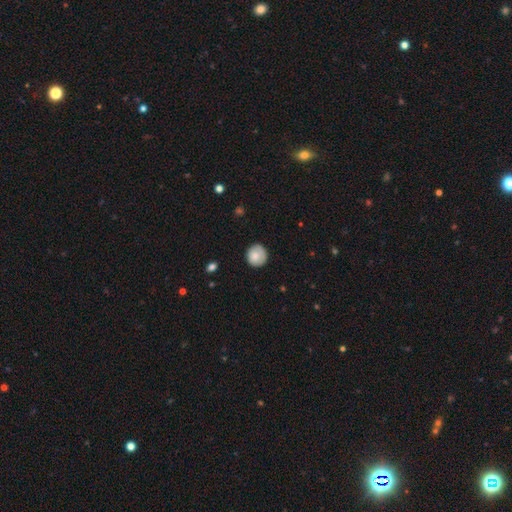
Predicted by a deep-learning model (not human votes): Morphology: type=smooth (80%); roundness=round (90%); merging=none (81%).